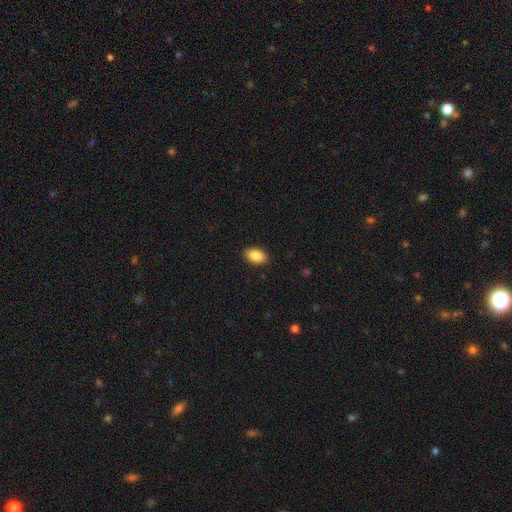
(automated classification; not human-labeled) Smooth or featured?
  - smooth: 89% *
  - star or artifact: 7%
  - featured or disk: 4%
How rounded?
  - in between: 93% *
  - round: 5%
  - cigar-shaped: 2%
Merging?
  - none: 89% *
  - minor disturbance: 8%
  - major disturbance: 2%
  - merger: 1%